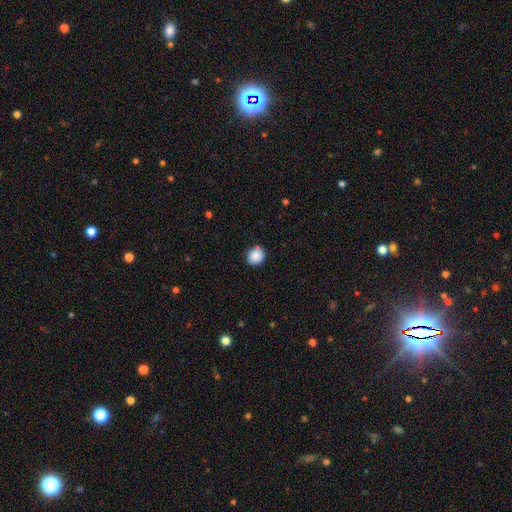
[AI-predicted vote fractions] Smooth or featured? Predicted: smooth (p=0.89). How rounded? Predicted: round (p=0.83). Merging? Predicted: none (p=0.87).